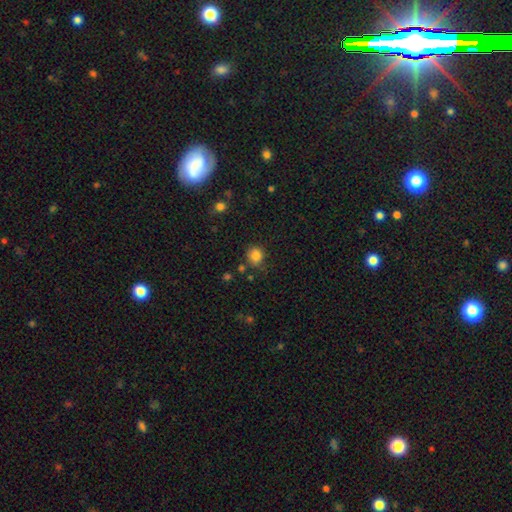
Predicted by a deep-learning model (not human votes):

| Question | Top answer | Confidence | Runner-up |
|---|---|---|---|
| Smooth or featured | smooth | 83% | star or artifact (11%) |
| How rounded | round | 76% | in between (24%) |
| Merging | none | 73% | minor disturbance (18%) |